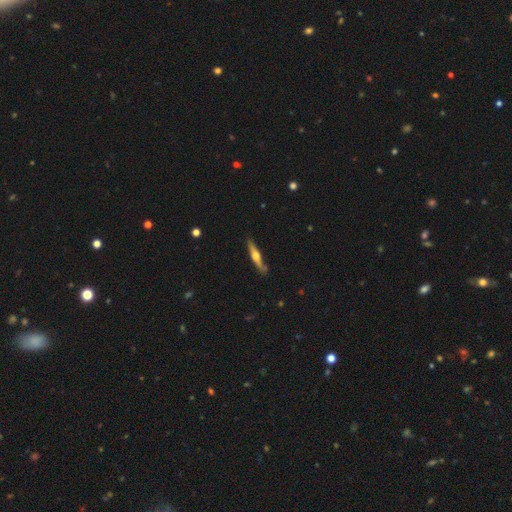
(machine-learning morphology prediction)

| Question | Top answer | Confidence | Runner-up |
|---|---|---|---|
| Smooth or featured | featured or disk | 60% | smooth (35%) |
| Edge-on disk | yes | 95% | no (5%) |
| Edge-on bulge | rounded | 88% | boxy (6%) |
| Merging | none | 81% | minor disturbance (14%) |